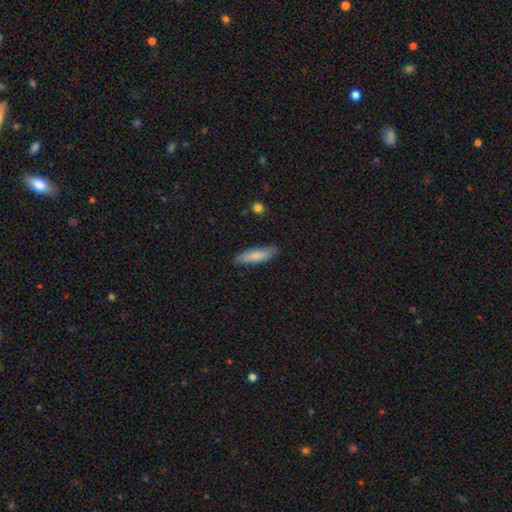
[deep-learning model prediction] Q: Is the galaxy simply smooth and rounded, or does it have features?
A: smooth — 78%.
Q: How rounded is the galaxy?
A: cigar-shaped — 65%.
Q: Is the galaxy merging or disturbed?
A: none — 84%.